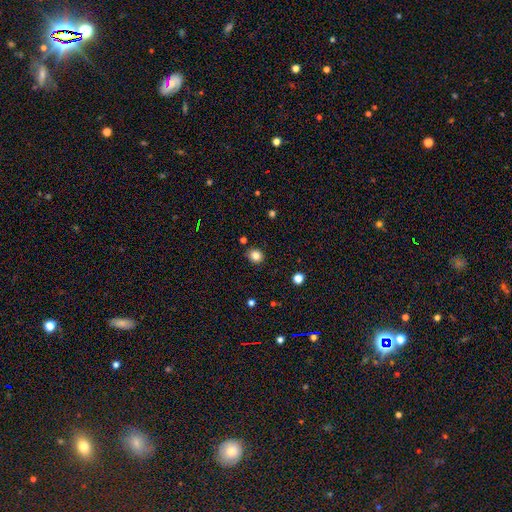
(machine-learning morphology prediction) Smooth or featured? Predicted: smooth (p=0.82). How rounded? Predicted: round (p=0.74). Merging? Predicted: none (p=0.87).